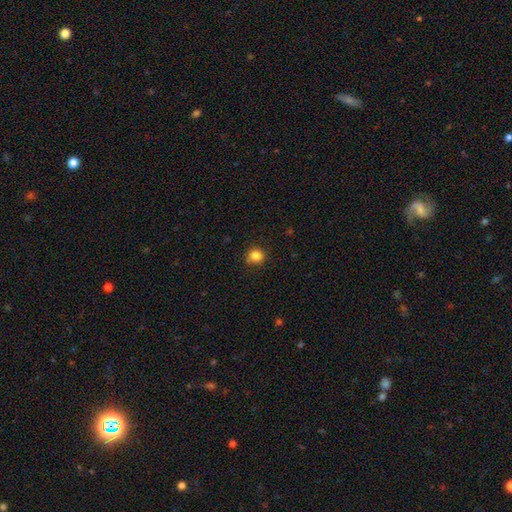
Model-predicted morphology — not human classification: The model was most divided on "merging": none: 84%, minor disturbance: 12%, major disturbance: 2%, merger: 2%. More confident: how rounded — round (88%); smooth or featured — smooth (84%).